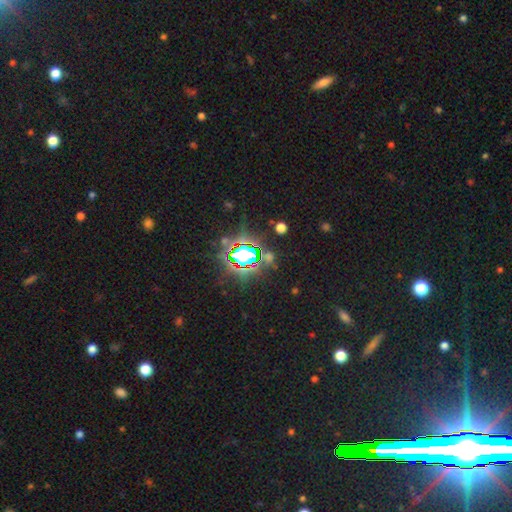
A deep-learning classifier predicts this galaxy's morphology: This appears to be a star or artifact, not a galaxy (81%).